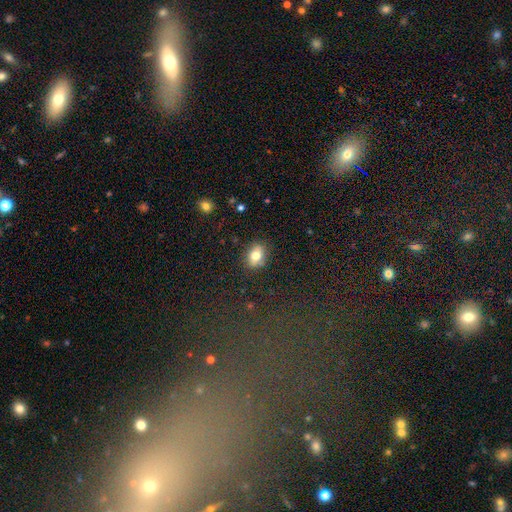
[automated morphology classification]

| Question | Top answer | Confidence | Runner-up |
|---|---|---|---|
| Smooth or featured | smooth | 72% | featured or disk (18%) |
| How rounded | in between | 72% | round (26%) |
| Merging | none | 81% | minor disturbance (14%) |